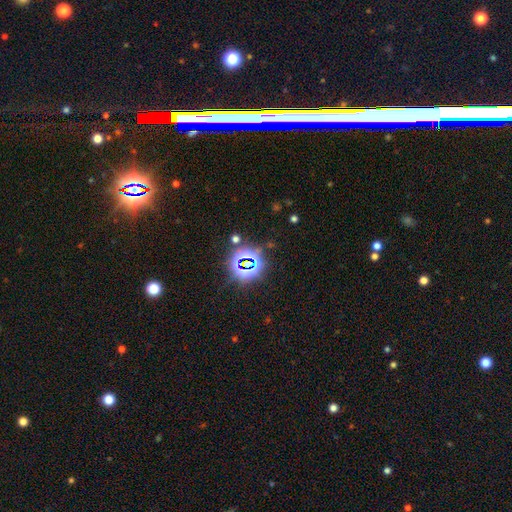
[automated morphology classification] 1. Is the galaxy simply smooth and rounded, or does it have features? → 78% star or artifact, 14% smooth, 8% featured or disk.